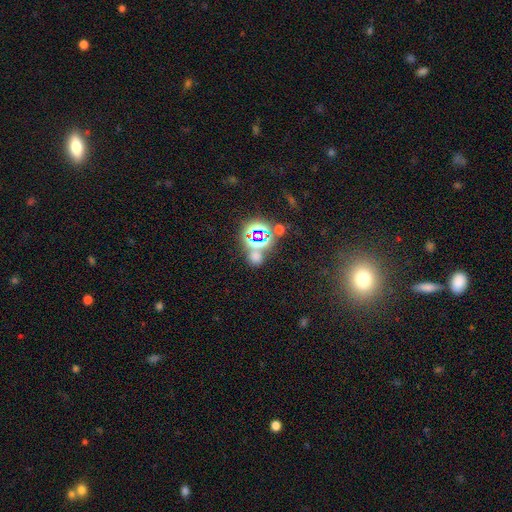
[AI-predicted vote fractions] Smooth or featured? star or artifact (52%)